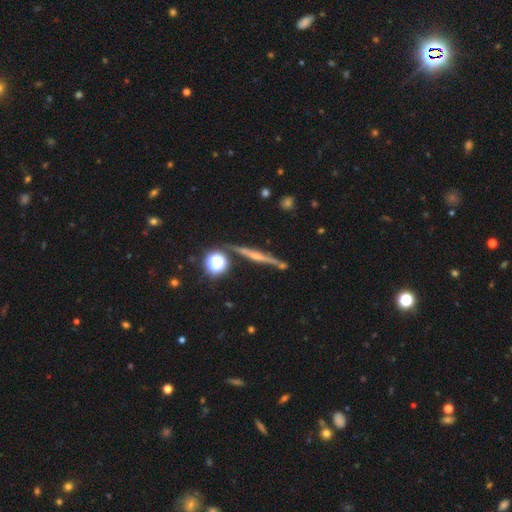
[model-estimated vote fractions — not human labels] Morphology: type=featured or disk (65%); edge-on=yes (96%); edge-on bulge=rounded (53%); merging=none (83%).